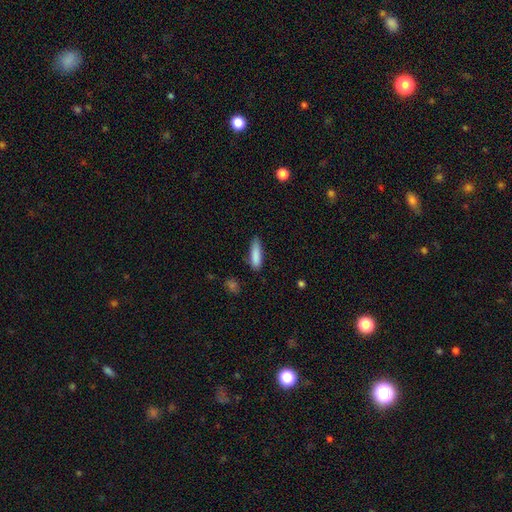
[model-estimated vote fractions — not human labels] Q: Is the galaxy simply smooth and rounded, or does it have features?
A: smooth — 86%.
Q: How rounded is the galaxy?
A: cigar-shaped — 63%.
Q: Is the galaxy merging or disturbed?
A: none — 75%.